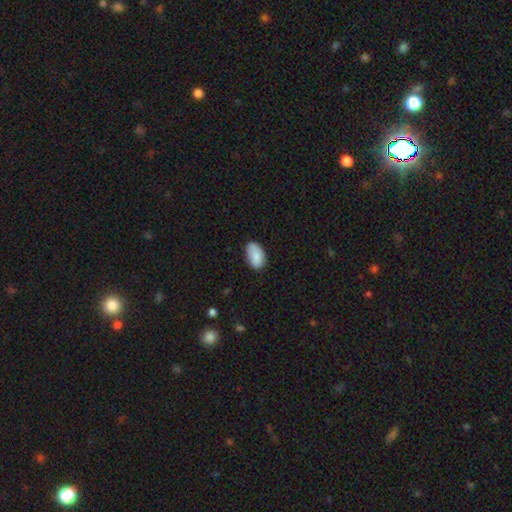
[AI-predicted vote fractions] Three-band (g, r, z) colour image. It shows a smooth galaxy with no disk features (86%) that is in between round and cigar-shaped (93%). Merging: none (74%).